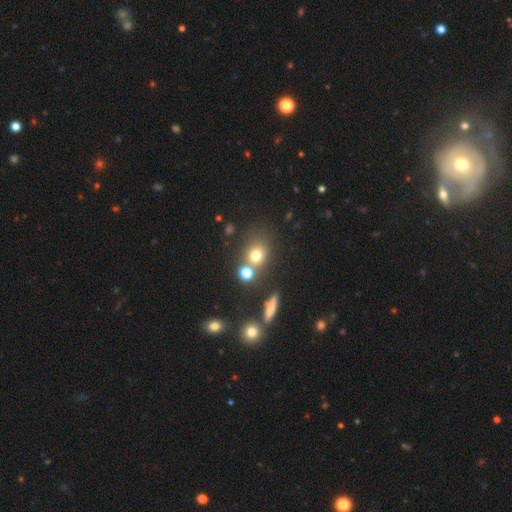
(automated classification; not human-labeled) Q: Smooth or featured?
A: smooth (70%); runner-up: star or artifact (18%)
Q: How rounded?
A: round (70%); runner-up: in between (28%)
Q: Merging?
A: none (58%); runner-up: merger (24%)